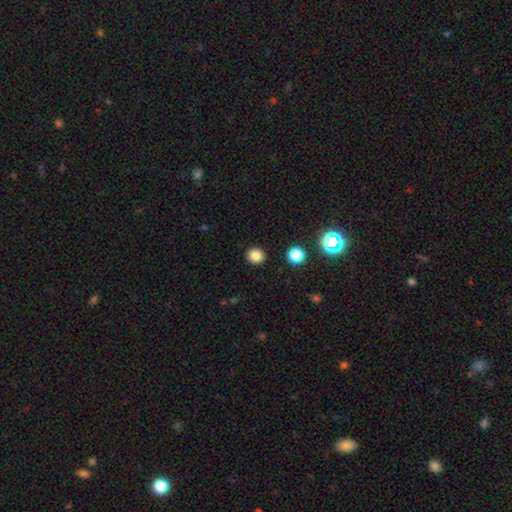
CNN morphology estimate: smooth-or-featured: smooth: 83% | star or artifact: 13% | featured or disk: 4%
  how-rounded: round: 86% | in between: 13% | cigar-shaped: 1%
  merging: none: 91% | minor disturbance: 5% | major disturbance: 2% | merger: 1%